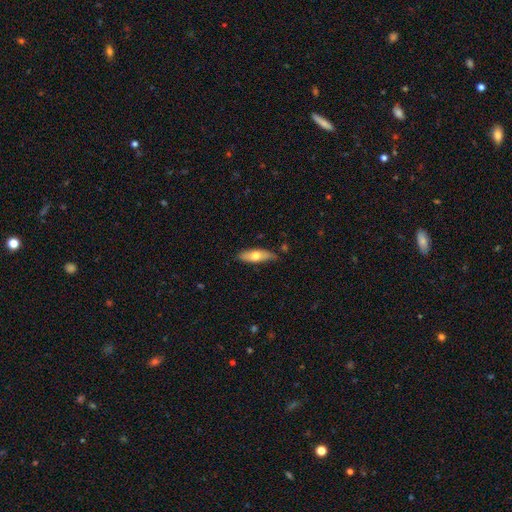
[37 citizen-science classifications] Q: Smooth or featured?
A: smooth (62%); runner-up: featured or disk (35%)
Q: How rounded?
A: in between (74%); runner-up: cigar-shaped (26%)
Q: Merging?
A: none (75%); runner-up: minor disturbance (19%)